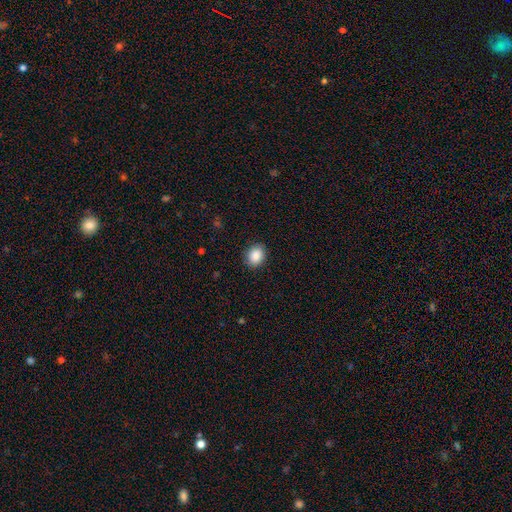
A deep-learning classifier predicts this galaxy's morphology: Smooth or featured? Predicted: smooth (p=0.87). How rounded? Predicted: in between (p=0.52). Merging? Predicted: none (p=0.89).